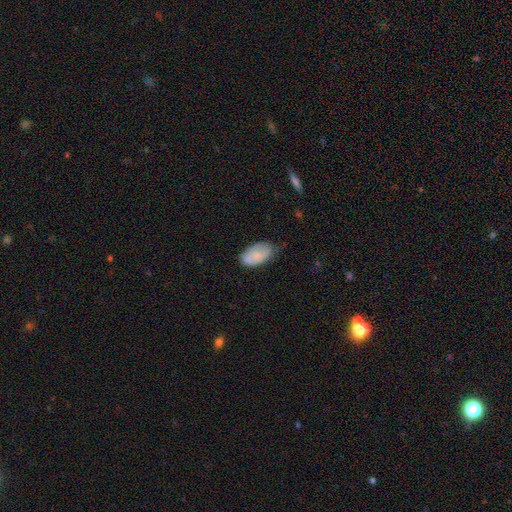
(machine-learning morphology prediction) This is likely a smooth galaxy (74%). How rounded: clearly in between (94%). Merging: possibly none (52%).